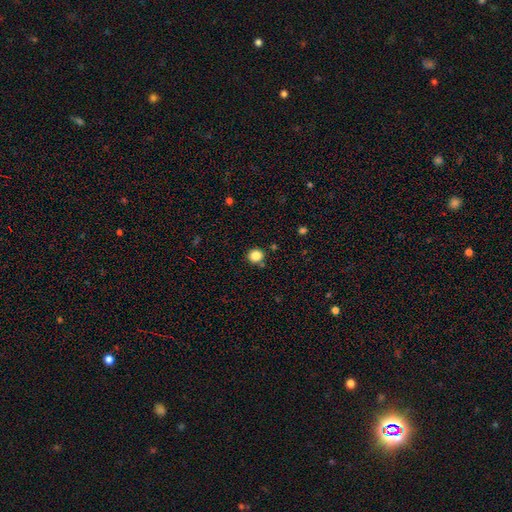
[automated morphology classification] smooth_or_featured: smooth (p=0.85) [alt: star or artifact p=0.11]
how_rounded: round (p=0.90) [alt: in between p=0.09]
merging: none (p=0.84) [alt: minor disturbance p=0.08]